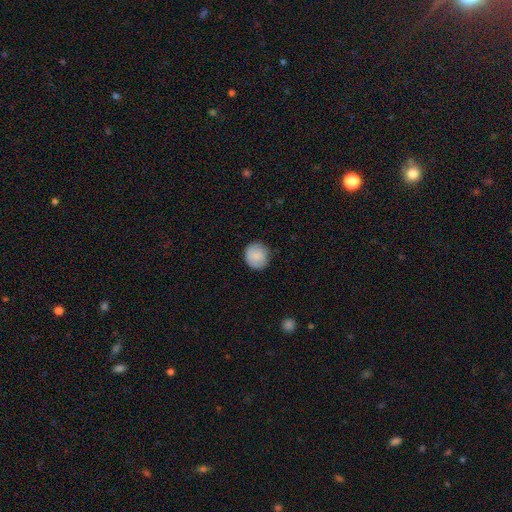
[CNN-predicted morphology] Smooth or featured: smooth — 87% (featured or disk — 7%)
How rounded: round — 90% (in between — 10%)
Merging: none — 84% (minor disturbance — 12%)